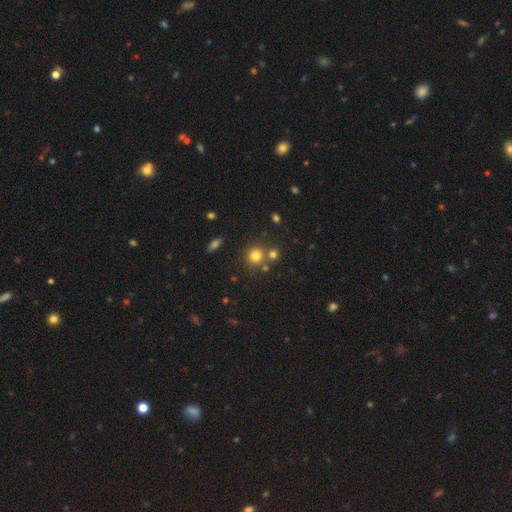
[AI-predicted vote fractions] Overall: smooth (77%). How rounded: round (90%). Merging: none (69%).